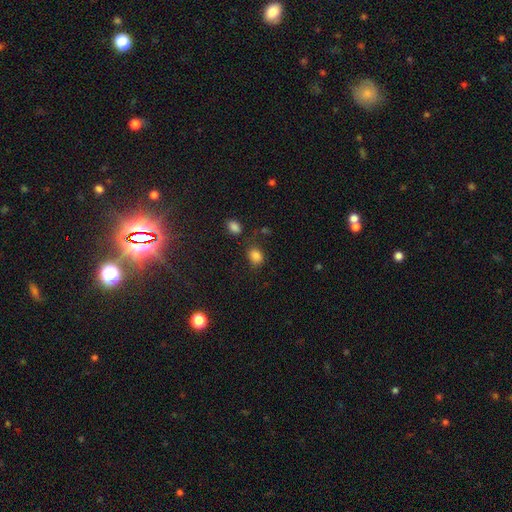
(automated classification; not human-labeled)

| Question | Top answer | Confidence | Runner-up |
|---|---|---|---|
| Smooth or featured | smooth | 83% | star or artifact (12%) |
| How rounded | in between | 56% | round (42%) |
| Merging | none | 66% | minor disturbance (18%) |